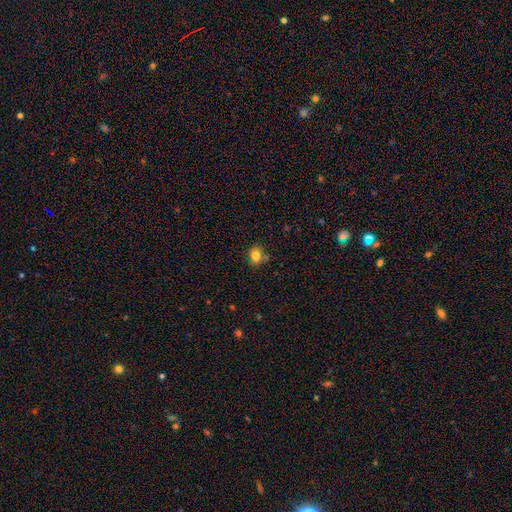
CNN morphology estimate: Overall: smooth (81%). How rounded: round (51%; in between 48%). Merging: none (76%).